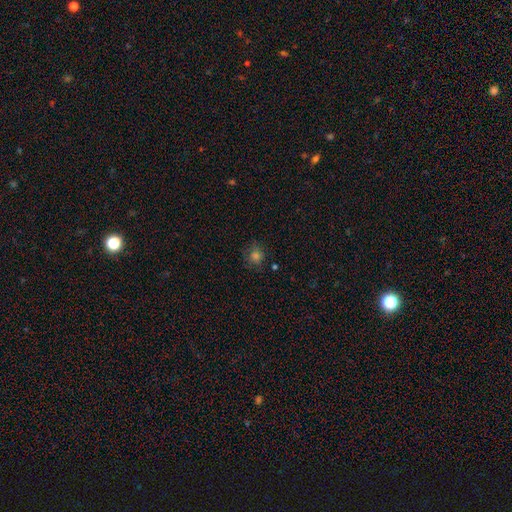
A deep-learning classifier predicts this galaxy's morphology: This is likely a smooth galaxy (73%). How rounded: clearly round (85%). Merging: likely none (79%).